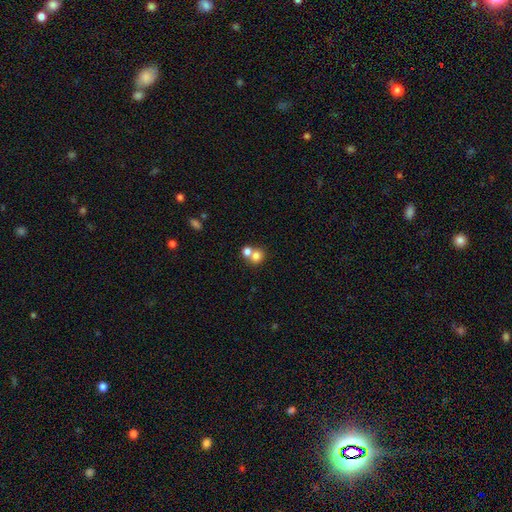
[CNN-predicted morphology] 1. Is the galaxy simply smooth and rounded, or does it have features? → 78% smooth, 11% featured or disk, 11% star or artifact.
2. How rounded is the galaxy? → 77% round, 22% in between, 1% cigar-shaped.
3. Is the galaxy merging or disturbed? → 54% merger, 38% none, 6% minor disturbance, 3% major disturbance.